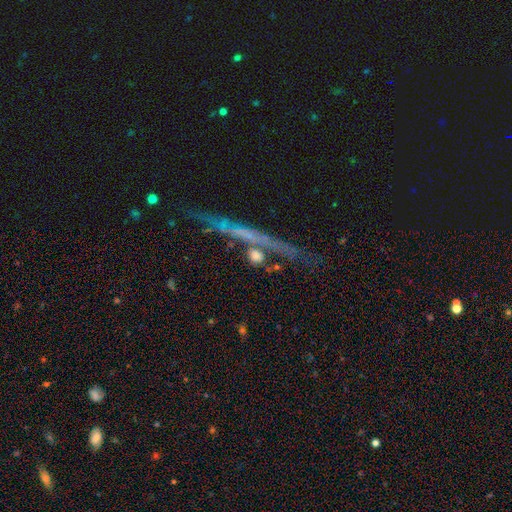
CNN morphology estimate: smooth-or-featured: smooth: 46% | featured or disk: 31% | star or artifact: 23%
  merging: none: 67% | minor disturbance: 13% | merger: 12% | major disturbance: 8%